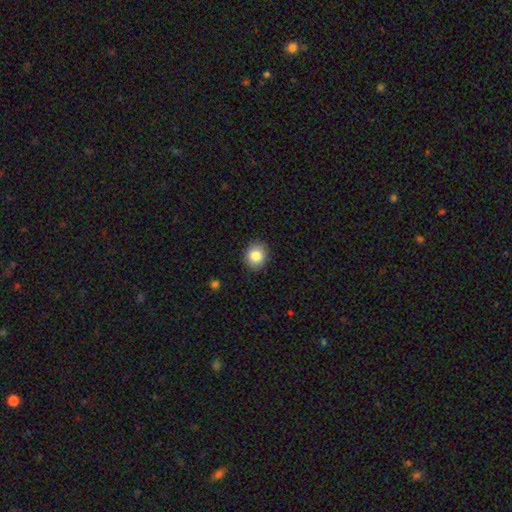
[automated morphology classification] Smooth or featured?
  - smooth: 84% *
  - star or artifact: 9%
  - featured or disk: 7%
How rounded?
  - round: 72% *
  - in between: 27%
  - cigar-shaped: 1%
Merging?
  - none: 89% *
  - minor disturbance: 8%
  - major disturbance: 2%
  - merger: 1%